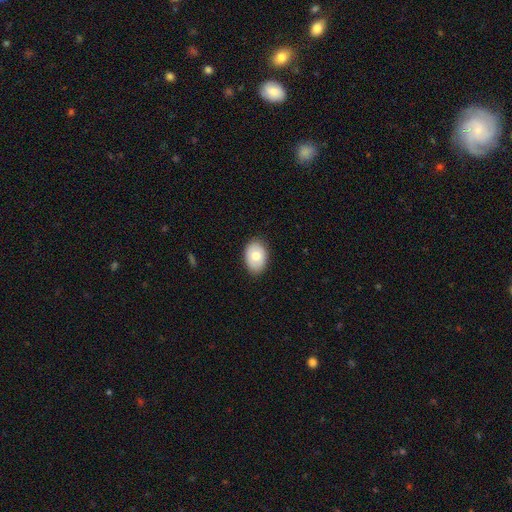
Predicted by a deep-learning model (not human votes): A smooth galaxy with no disk features (71%) that is in between round and cigar-shaped (80%). Merging: none (86%).